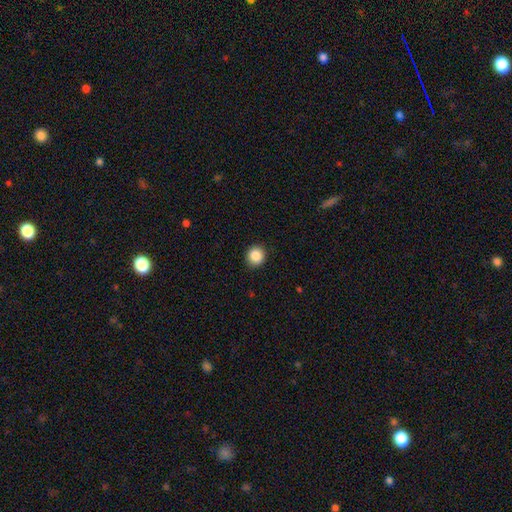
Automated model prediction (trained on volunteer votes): A smooth galaxy with no disk features (88%) that is round (88%). Merging: none (91%).